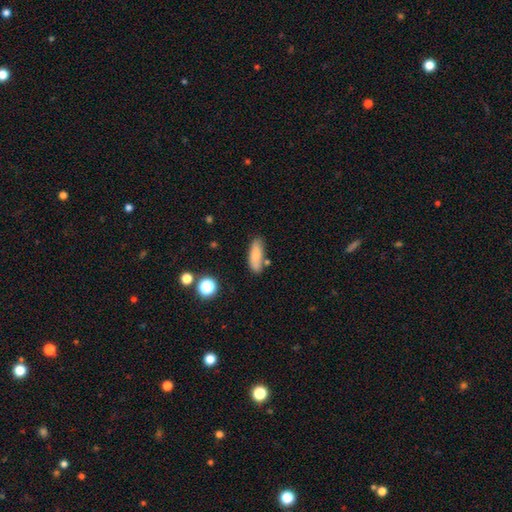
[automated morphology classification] type=smooth (77%); roundness=in between (65%); merging=none (74%).